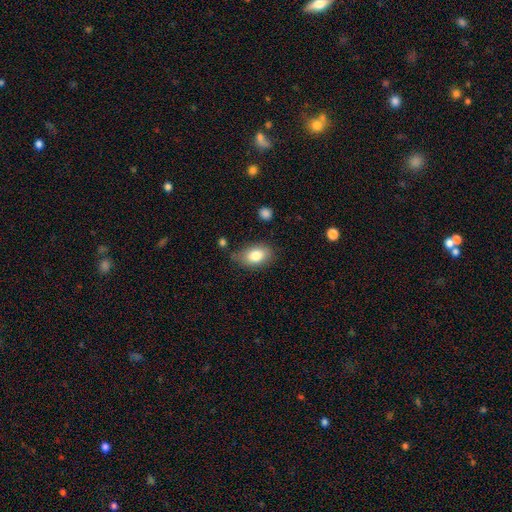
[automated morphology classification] The model was most divided on "merging": none: 71%, minor disturbance: 22%, major disturbance: 5%, merger: 3%. More confident: how rounded — in between (86%); smooth or featured — smooth (81%).